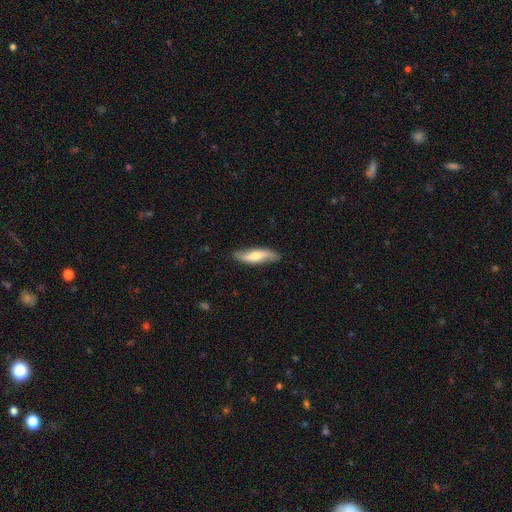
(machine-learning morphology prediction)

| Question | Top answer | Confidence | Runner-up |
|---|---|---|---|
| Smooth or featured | smooth | 54% | featured or disk (41%) |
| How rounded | cigar-shaped | 60% | in between (38%) |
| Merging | none | 83% | minor disturbance (14%) |